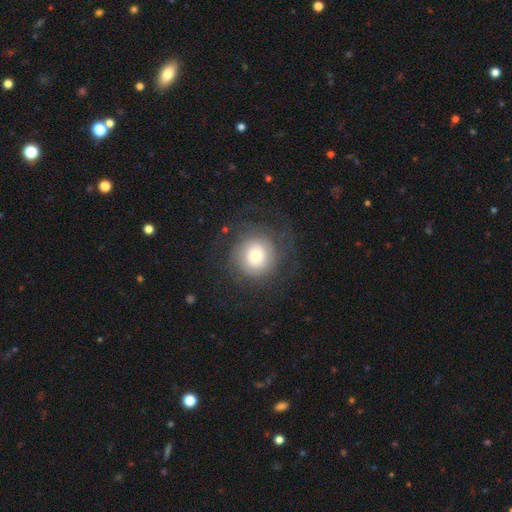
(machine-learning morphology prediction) This appears to be a smooth galaxy with no disk features (47%). Merging: none (73%).